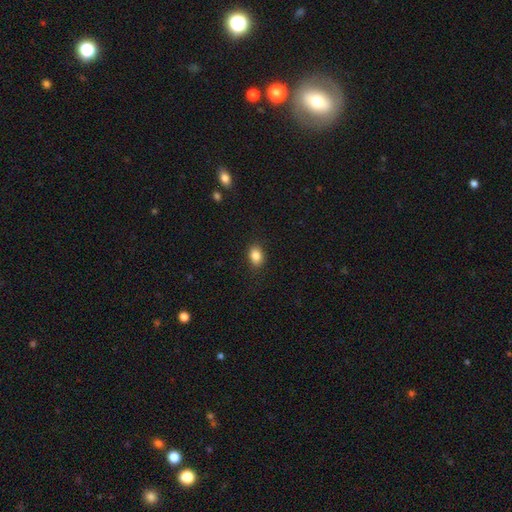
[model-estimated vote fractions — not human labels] Smooth or featured? Predicted: smooth (p=0.85). How rounded? Predicted: in between (p=0.72). Merging? Predicted: none (p=0.87).